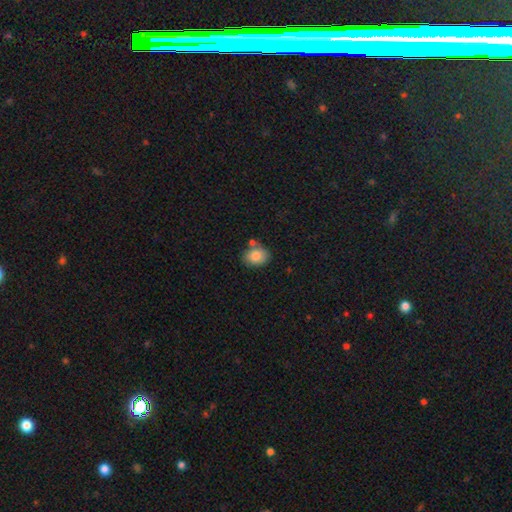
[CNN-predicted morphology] This is clearly a smooth galaxy (84%). How rounded: possibly in between (58%). Merging: likely none (67%).